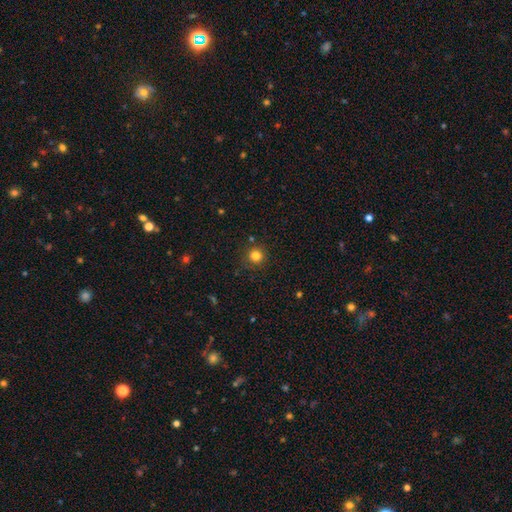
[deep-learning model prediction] smooth 81%, star or artifact 14%, featured or disk 5%. Down the decision tree: how rounded — round (93%); merging — none (86%).